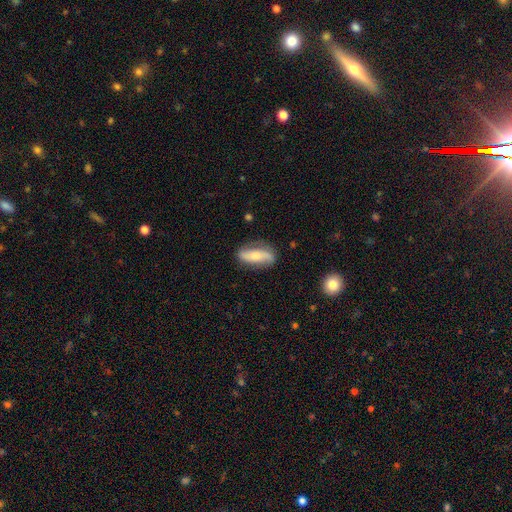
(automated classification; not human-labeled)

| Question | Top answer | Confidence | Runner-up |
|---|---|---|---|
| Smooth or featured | featured or disk | 49% | smooth (45%) |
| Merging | none | 76% | minor disturbance (17%) |